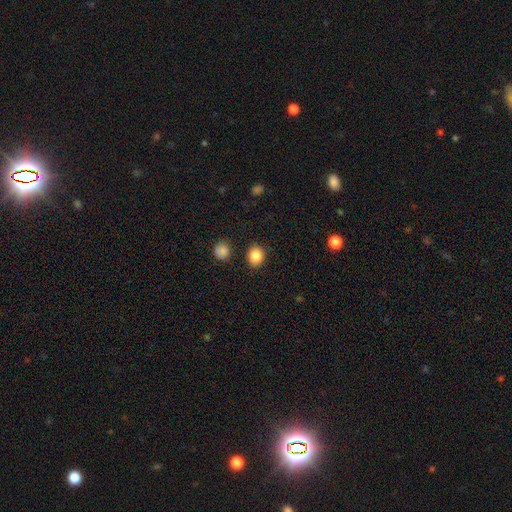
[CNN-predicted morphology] This appears to be a smooth galaxy with no disk features (85%) that is round (64%). Merging: none (88%).